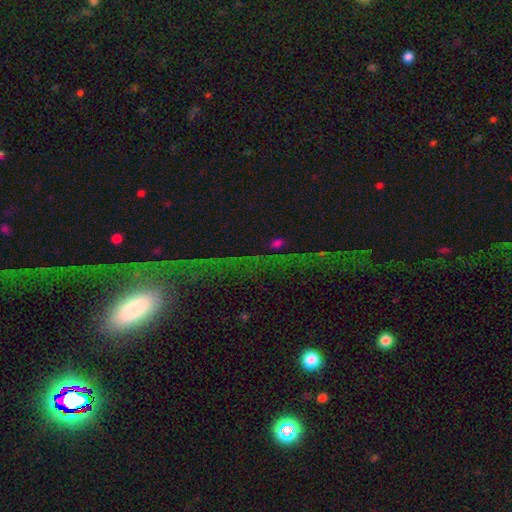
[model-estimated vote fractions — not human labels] This appears to be a featured or disk galaxy (35%). Merging: none (53%).